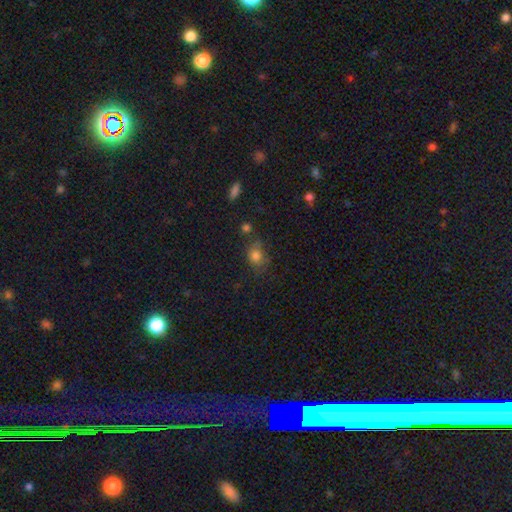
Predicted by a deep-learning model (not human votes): Smooth or featured? Predicted: smooth (p=0.77). How rounded? Predicted: round (p=0.52). Merging? Predicted: none (p=0.53).